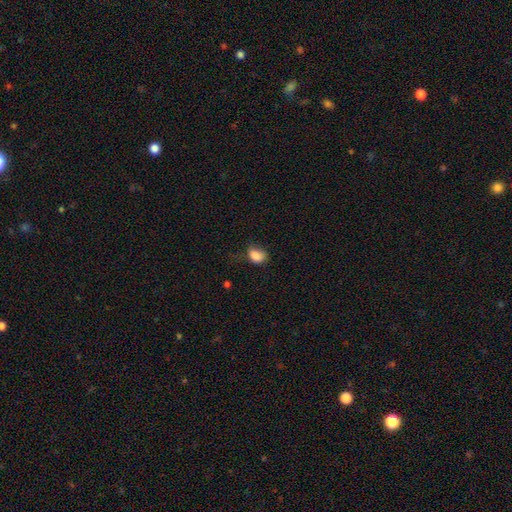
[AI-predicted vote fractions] This is clearly a smooth galaxy (85%). How rounded: likely in between (70%). Merging: possibly none (46%).